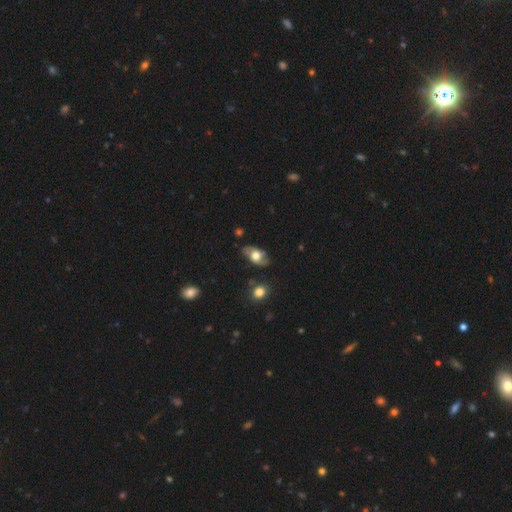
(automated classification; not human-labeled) smooth_or_featured: smooth (p=0.48) [alt: featured or disk p=0.45]
merging: none (p=0.72) [alt: minor disturbance p=0.20]